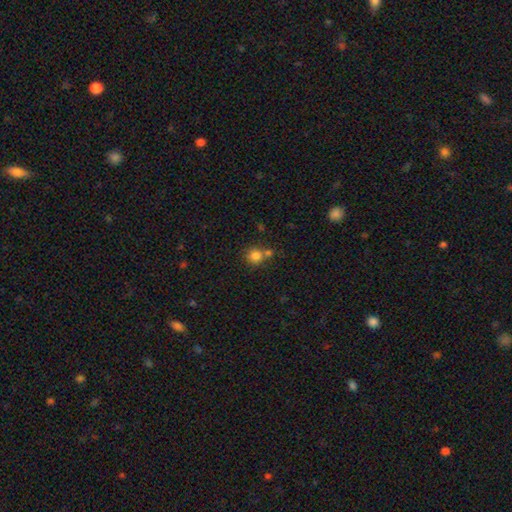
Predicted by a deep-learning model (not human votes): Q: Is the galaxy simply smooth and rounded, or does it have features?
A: smooth — 81%.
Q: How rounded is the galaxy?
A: round — 89%.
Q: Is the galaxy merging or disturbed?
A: none — 57%.